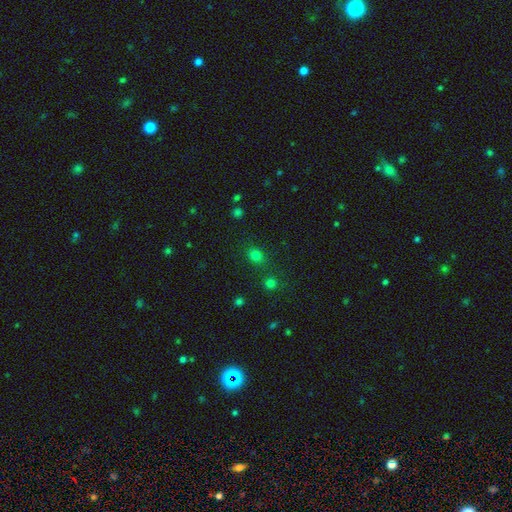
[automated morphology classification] This is likely a smooth galaxy (75%). How rounded: likely round (71%). Merging: likely none (79%).